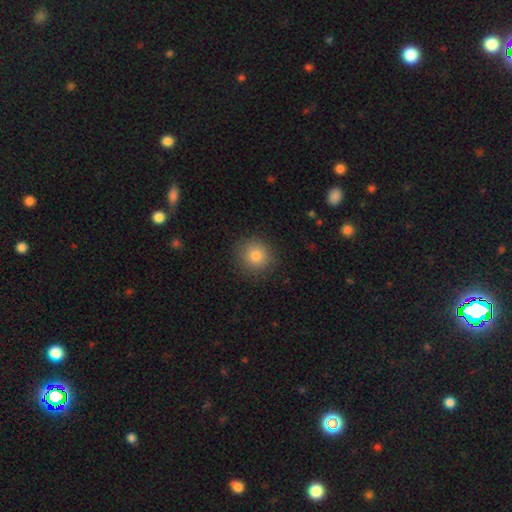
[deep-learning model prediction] Morphology: type=smooth (82%); roundness=round (91%); merging=none (88%).